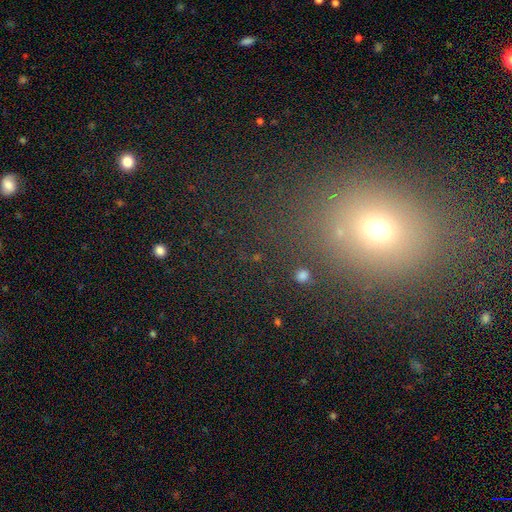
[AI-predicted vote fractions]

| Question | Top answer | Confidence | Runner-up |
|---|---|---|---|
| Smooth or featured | smooth | 53% | star or artifact (36%) |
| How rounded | round | 65% | in between (32%) |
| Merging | none | 78% | minor disturbance (10%) |